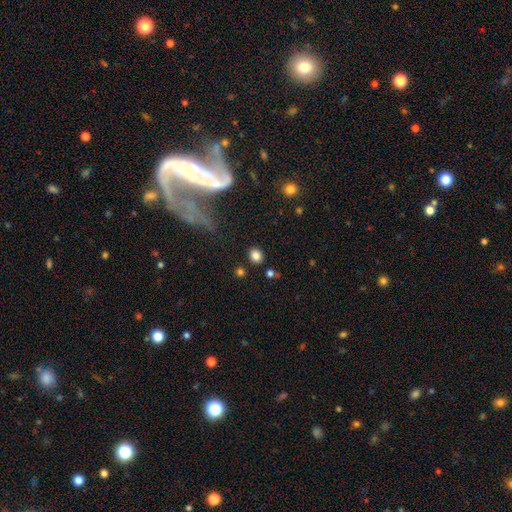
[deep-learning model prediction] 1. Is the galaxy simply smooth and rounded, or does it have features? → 82% smooth, 12% star or artifact, 6% featured or disk.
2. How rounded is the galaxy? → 58% round, 41% in between, 1% cigar-shaped.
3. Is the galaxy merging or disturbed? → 84% none, 9% minor disturbance, 4% merger, 3% major disturbance.